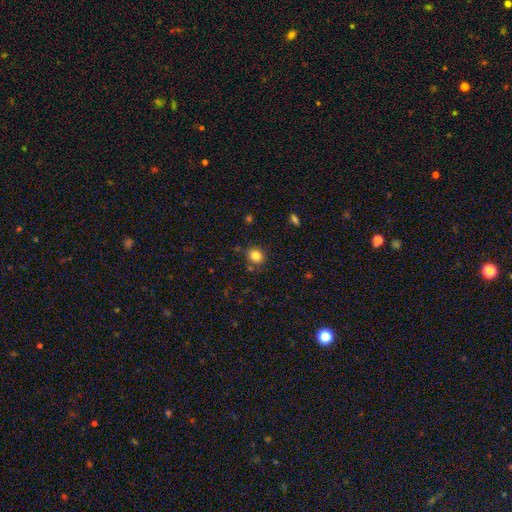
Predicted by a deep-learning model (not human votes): The model was most divided on "how rounded": round: 75%, in between: 24%, cigar-shaped: 1%. More confident: smooth or featured — smooth (83%); merging — none (80%).